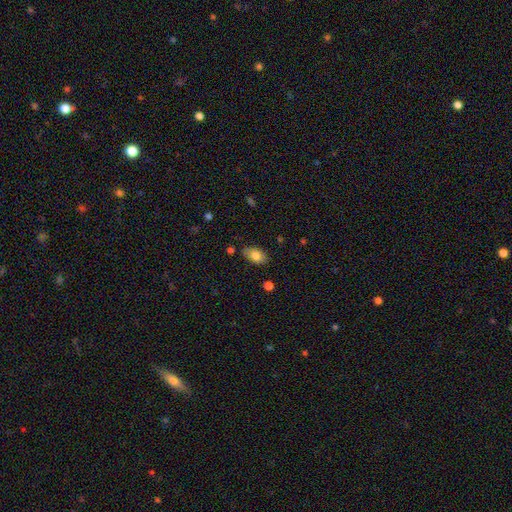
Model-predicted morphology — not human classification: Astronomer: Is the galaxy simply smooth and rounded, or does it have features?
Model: smooth — 79%.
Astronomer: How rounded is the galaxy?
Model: in between — 92%.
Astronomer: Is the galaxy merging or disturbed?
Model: none — 80%.